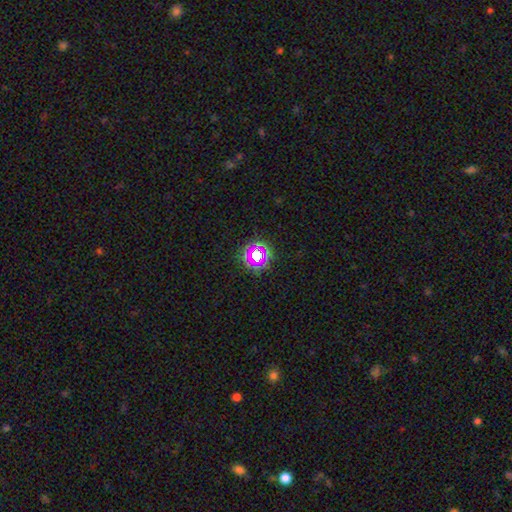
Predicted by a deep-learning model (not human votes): Smooth or featured?
  - star or artifact: 61% *
  - smooth: 27%
  - featured or disk: 12%